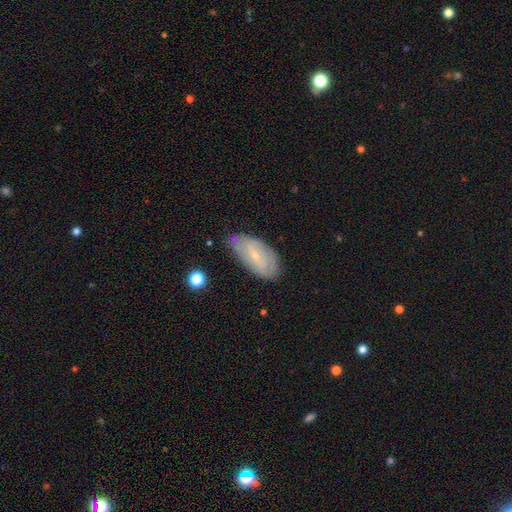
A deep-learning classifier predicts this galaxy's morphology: Smooth or featured: featured or disk — 49% (smooth — 43%)
Merging: none — 64% (minor disturbance — 27%)